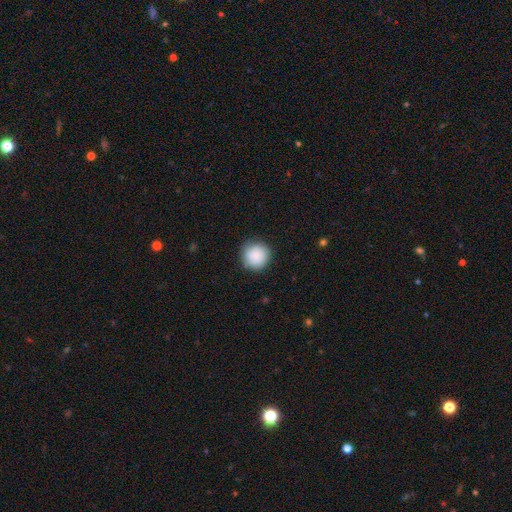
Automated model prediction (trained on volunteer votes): smooth-or-featured: smooth: 86% | star or artifact: 7% | featured or disk: 6%
  how-rounded: round: 95% | in between: 4% | cigar-shaped: 1%
  merging: none: 86% | minor disturbance: 10% | major disturbance: 2% | merger: 1%